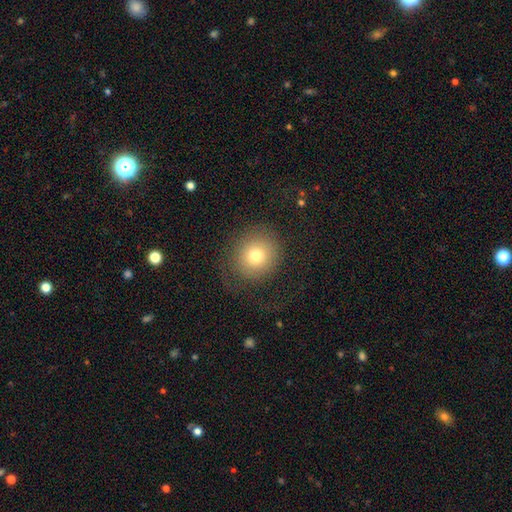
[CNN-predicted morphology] smooth-or-featured: smooth: 72% | featured or disk: 16% | star or artifact: 12%
  how-rounded: round: 84% | in between: 15% | cigar-shaped: 1%
  merging: none: 70% | major disturbance: 15% | minor disturbance: 14% | merger: 1%